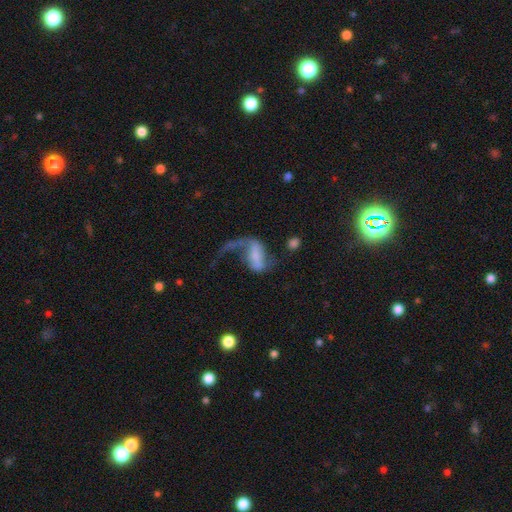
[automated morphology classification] Q: Smooth or featured?
A: featured or disk (67%); runner-up: smooth (24%)
Q: Edge-on disk?
A: no (96%); runner-up: yes (4%)
Q: Bar?
A: weak (36%); runner-up: strong (32%)
Q: Spiral arms?
A: yes (80%); runner-up: no (20%)
Q: Spiral winding?
A: loose (83%); runner-up: medium (13%)
Q: Spiral arm count?
A: 2 (57%); runner-up: 1 (38%)
Q: Bulge size?
A: none (38%); runner-up: small (30%)
Q: Merging?
A: major disturbance (49%); runner-up: none (27%)